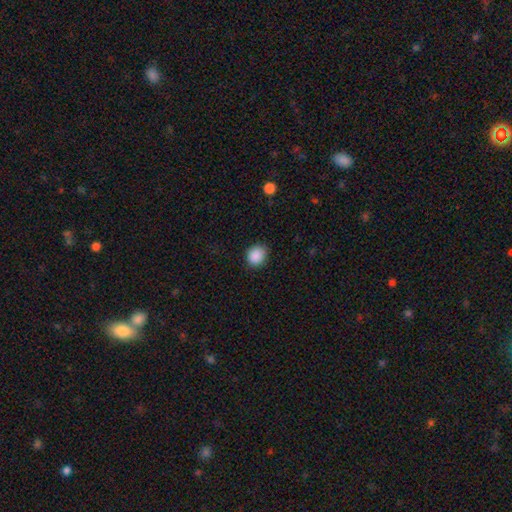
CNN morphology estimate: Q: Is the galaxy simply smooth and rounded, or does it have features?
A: smooth — 88%.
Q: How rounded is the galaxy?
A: round — 70%.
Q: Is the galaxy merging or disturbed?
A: none — 84%.